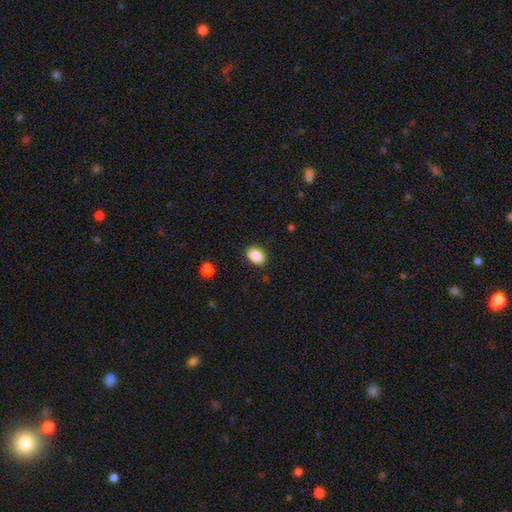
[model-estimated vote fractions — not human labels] A smooth galaxy with no disk features (88%) that is in between round and cigar-shaped (87%). Merging: none (88%).